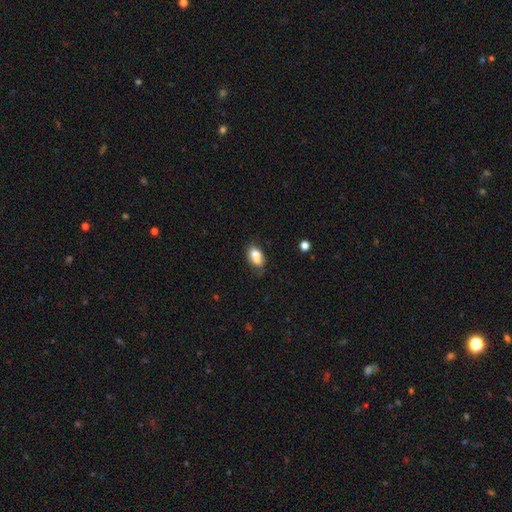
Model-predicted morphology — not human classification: This is likely a smooth galaxy (71%). How rounded: likely in between (79%). Merging: marginally merger (41%).